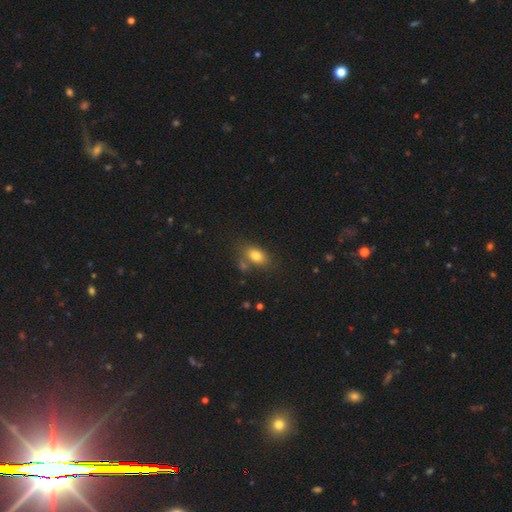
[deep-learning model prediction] Q: Smooth or featured?
A: smooth (81%); runner-up: star or artifact (10%)
Q: How rounded?
A: in between (84%); runner-up: round (13%)
Q: Merging?
A: none (65%); runner-up: minor disturbance (16%)